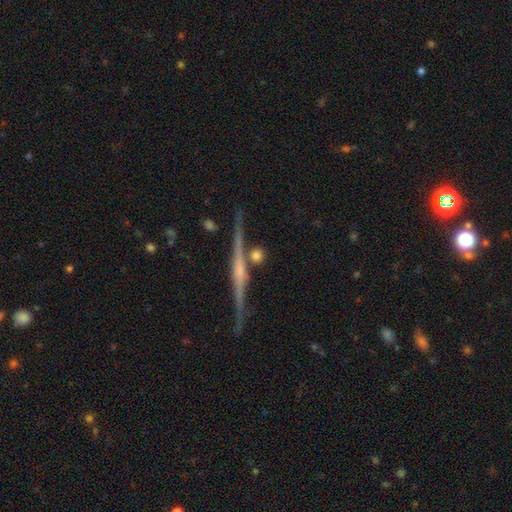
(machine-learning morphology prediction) A featured or disk galaxy (52%) viewed edge-on (93%).

Vote fractions:
- Smooth or featured? featured or disk: 52% / smooth: 37% / star or artifact: 12%
- Edge-on disk? yes: 93% / no: 7%
- Merging? none: 76% / minor disturbance: 11% / merger: 9% / major disturbance: 4%